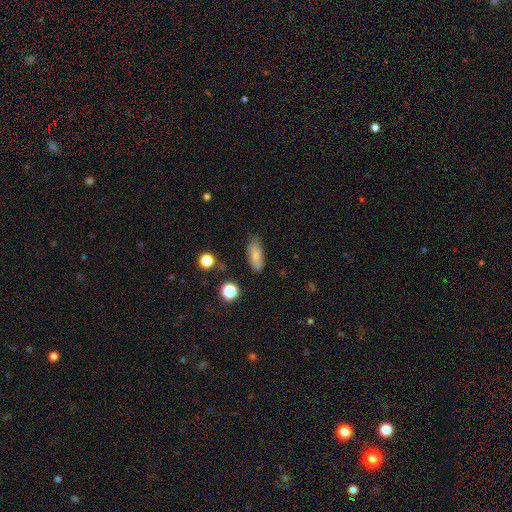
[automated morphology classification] Smooth or featured?
  - smooth: 73% *
  - featured or disk: 18%
  - star or artifact: 9%
How rounded?
  - in between: 78% *
  - cigar-shaped: 19%
  - round: 4%
Merging?
  - none: 75% *
  - minor disturbance: 19%
  - major disturbance: 4%
  - merger: 3%